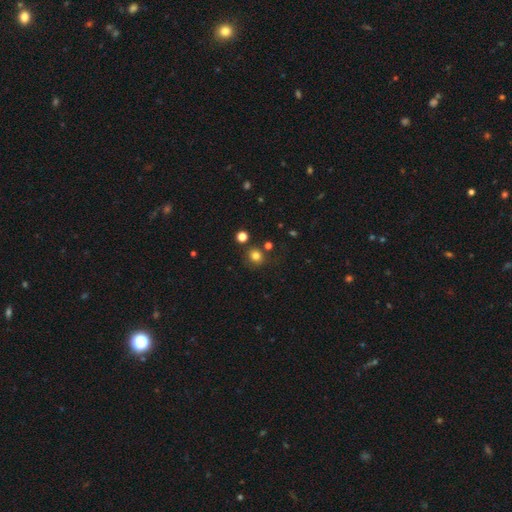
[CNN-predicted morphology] This is likely a smooth galaxy (78%). How rounded: clearly round (85%). Merging: likely none (79%).